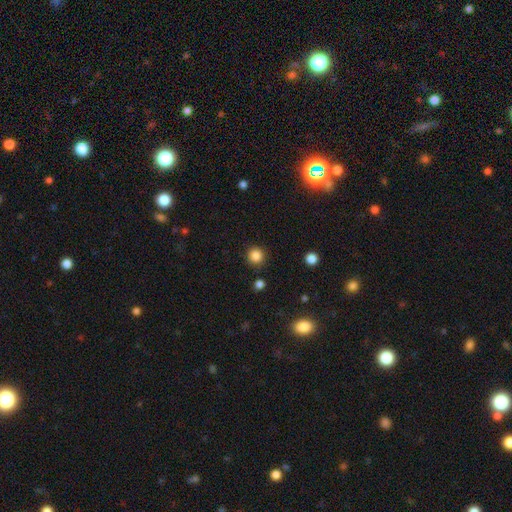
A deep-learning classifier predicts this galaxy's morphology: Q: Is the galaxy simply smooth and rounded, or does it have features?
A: smooth — 85%.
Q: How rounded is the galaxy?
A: round — 94%.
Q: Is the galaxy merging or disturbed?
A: none — 90%.